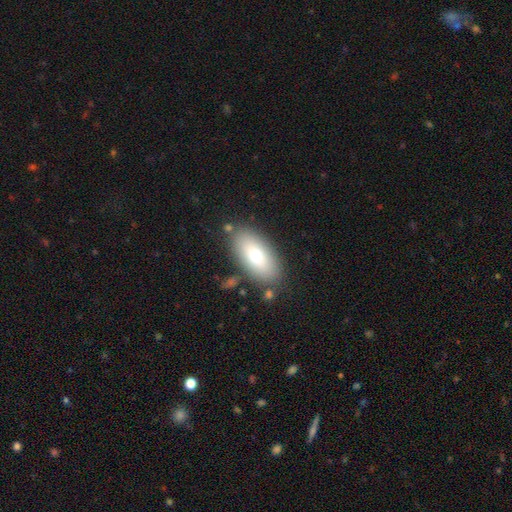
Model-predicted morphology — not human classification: This is likely a smooth galaxy (71%). How rounded: clearly in between (91%). Merging: clearly none (82%).